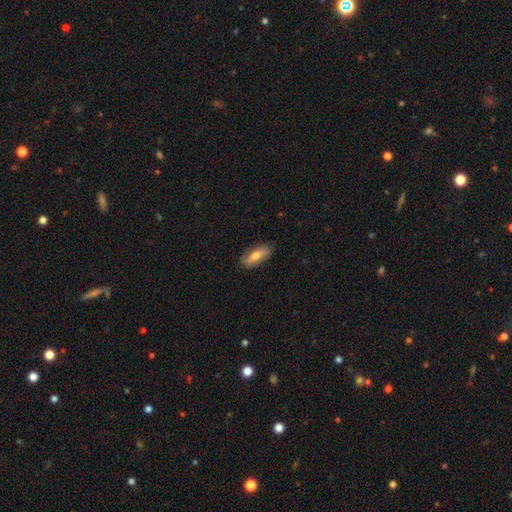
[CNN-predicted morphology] Smooth or featured? smooth (53%)
How rounded? in between (75%)
Merging? none (82%)